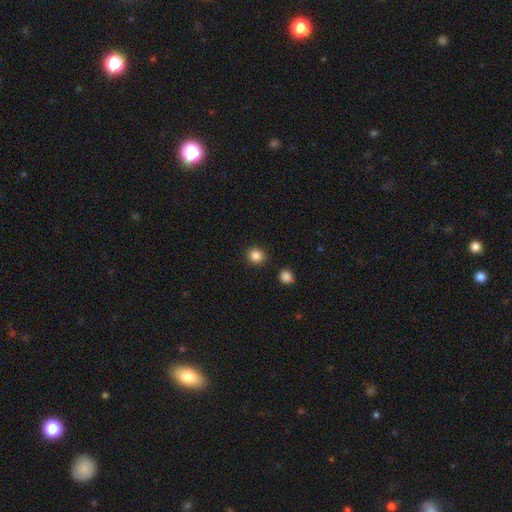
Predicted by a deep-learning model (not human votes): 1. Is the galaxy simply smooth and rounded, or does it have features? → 86% smooth, 11% star or artifact, 3% featured or disk.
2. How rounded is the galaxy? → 87% round, 12% in between, 1% cigar-shaped.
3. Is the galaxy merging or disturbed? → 90% none, 6% minor disturbance, 2% merger, 2% major disturbance.